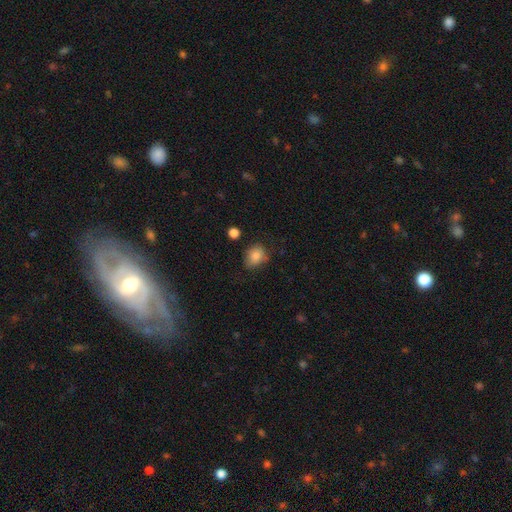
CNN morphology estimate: A smooth galaxy with no disk features (83%) that is round (51%).

Vote fractions:
- Smooth or featured? smooth: 83% / star or artifact: 9% / featured or disk: 8%
- How rounded? round: 51% / in between: 48% / cigar-shaped: 1%
- Merging? none: 66% / minor disturbance: 25% / major disturbance: 6% / merger: 3%